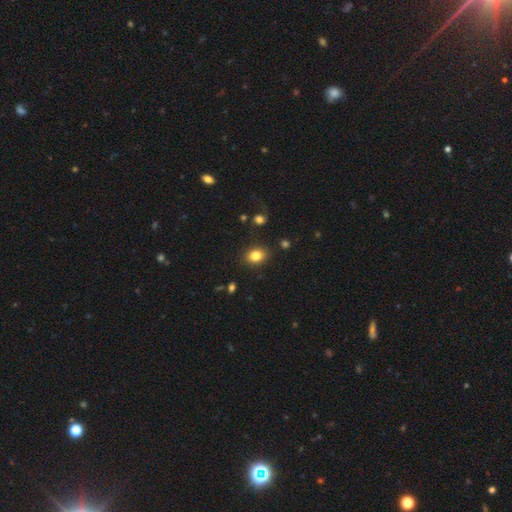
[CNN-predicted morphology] A smooth galaxy with no disk features (83%) that is in between round and cigar-shaped (53%). Merging: none (87%).